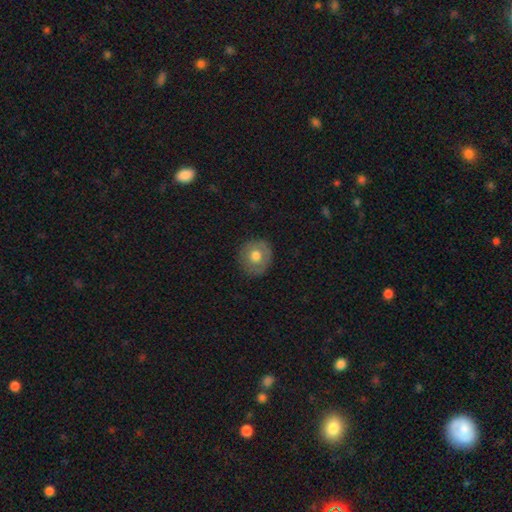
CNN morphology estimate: A smooth galaxy with no disk features (69%) that is round (89%). Merging: none (87%).